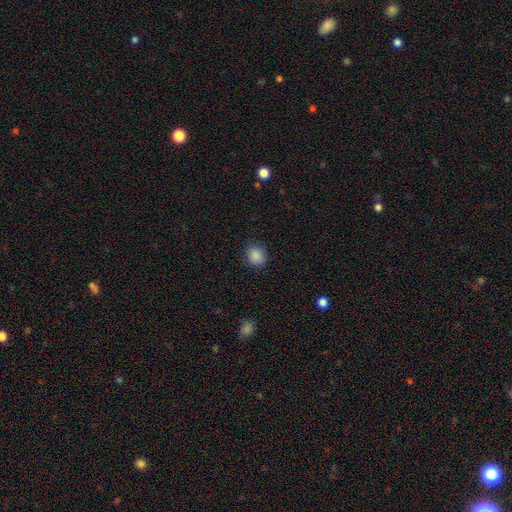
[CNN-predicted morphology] smooth_or_featured: smooth (p=0.87) [alt: star or artifact p=0.09]
how_rounded: round (p=0.71) [alt: in between p=0.28]
merging: none (p=0.88) [alt: minor disturbance p=0.08]